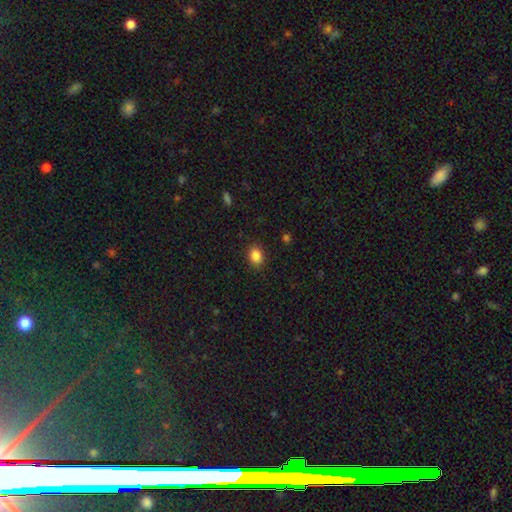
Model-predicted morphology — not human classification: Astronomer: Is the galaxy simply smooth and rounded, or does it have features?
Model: smooth — 86%.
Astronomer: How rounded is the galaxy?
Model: in between — 59% (runner-up: round, 40%).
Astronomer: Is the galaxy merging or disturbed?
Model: none — 88%.